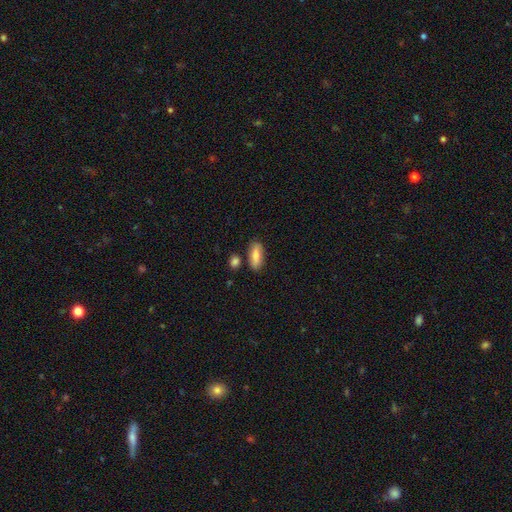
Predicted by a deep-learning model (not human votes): Morphology: type=smooth (77%); roundness=in between (73%); merging=none (80%).